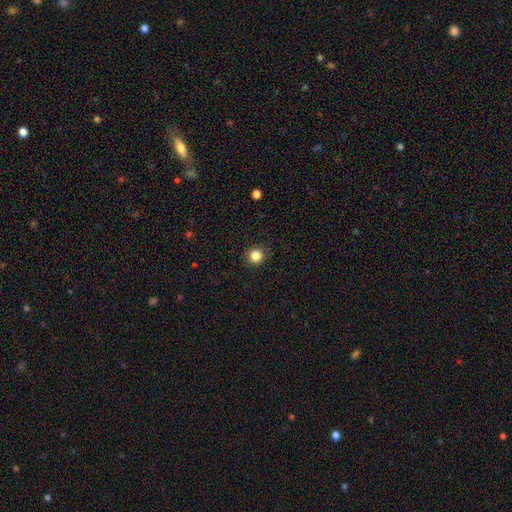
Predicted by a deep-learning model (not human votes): Smooth or featured? smooth (84%)
How rounded? round (91%)
Merging? none (91%)